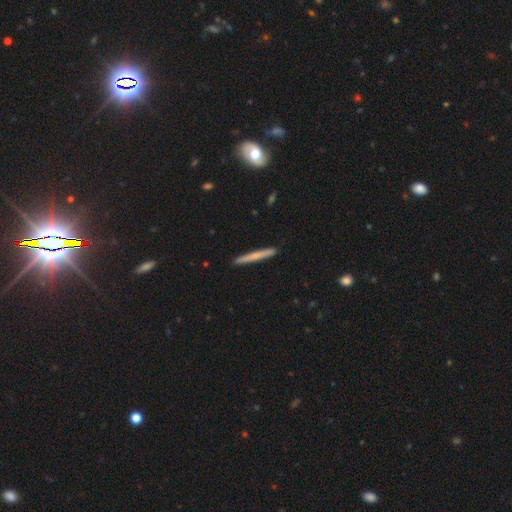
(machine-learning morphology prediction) A smooth galaxy with no disk features (60%) that is cigar-shaped (97%). Merging: none (92%).